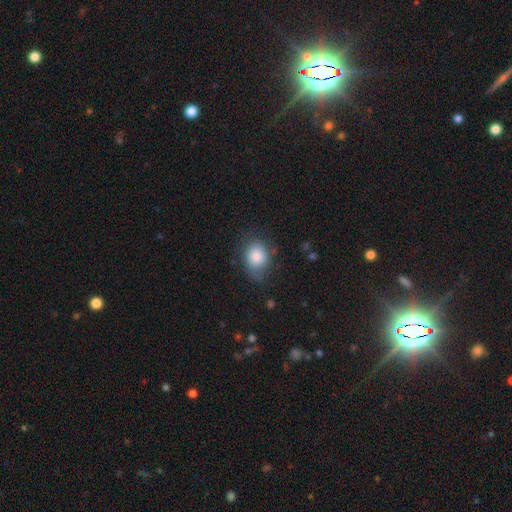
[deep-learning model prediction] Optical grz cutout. It shows a smooth galaxy with no disk features (80%) that is in between round and cigar-shaped (56%). Merging: none (66%).